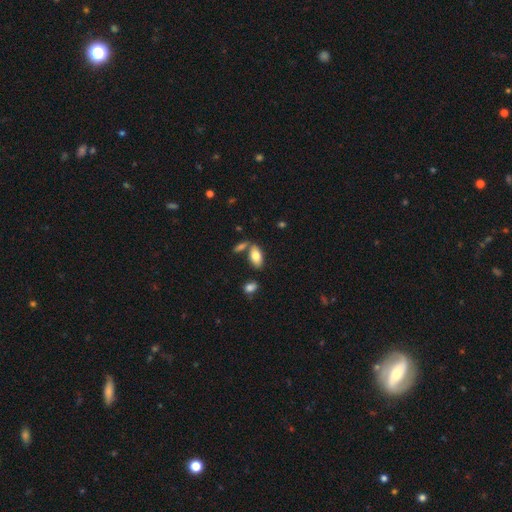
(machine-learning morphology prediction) The model was most divided on "merging": none: 65%, merger: 18%, minor disturbance: 13%, major disturbance: 4%. More confident: how rounded — in between (91%); smooth or featured — smooth (78%).